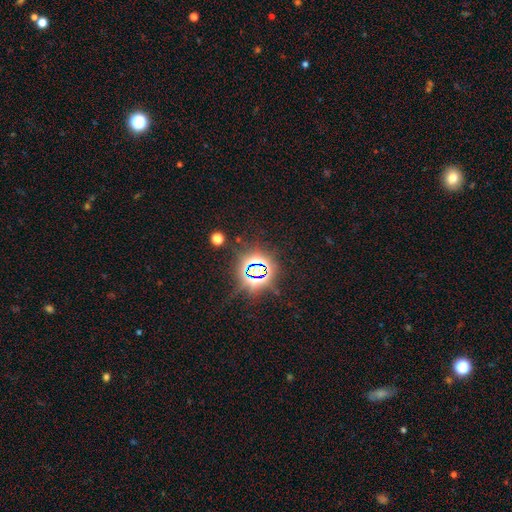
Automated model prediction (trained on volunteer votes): smooth_or_featured: star or artifact (p=0.81) [alt: smooth p=0.11]